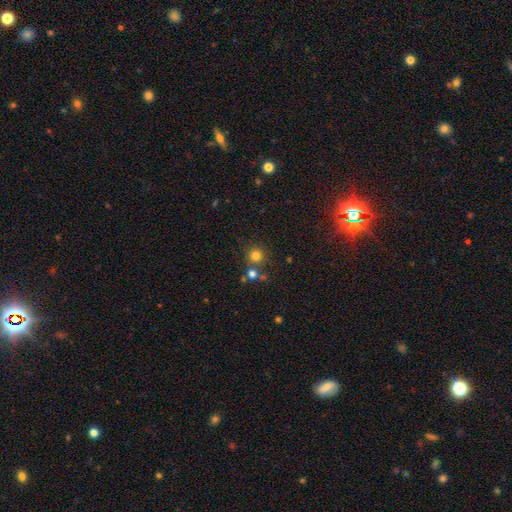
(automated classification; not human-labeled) This is likely a smooth galaxy (77%). How rounded: clearly round (93%). Merging: likely none (74%).